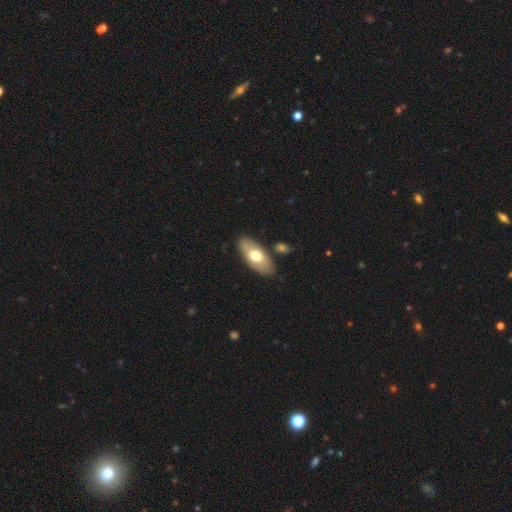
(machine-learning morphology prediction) Smooth or featured? Predicted: smooth (p=0.63). How rounded? Predicted: in between (p=0.89). Merging? Predicted: none (p=0.83).